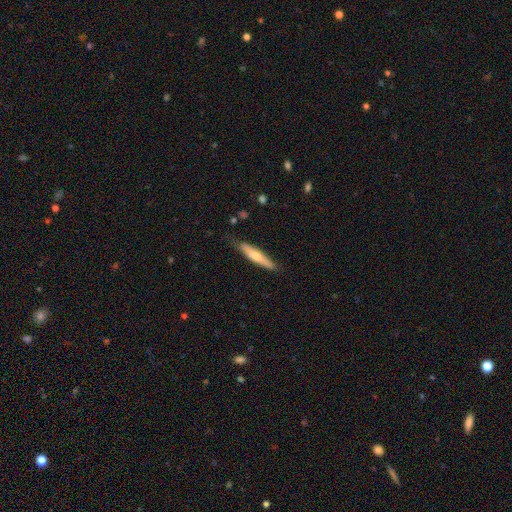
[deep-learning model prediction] Morphology: type=smooth (52%); roundness=cigar-shaped (85%); merging=none (78%).